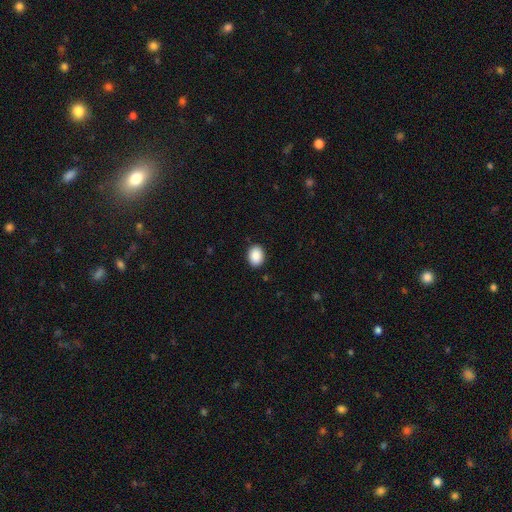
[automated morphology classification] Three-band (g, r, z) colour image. It shows a smooth galaxy with no disk features (90%) that is in between round and cigar-shaped (65%). Merging: none (90%).